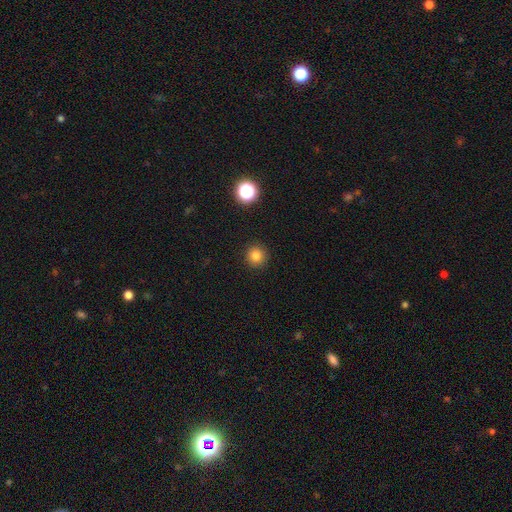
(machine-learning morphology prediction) Smooth or featured: smooth — 82% (star or artifact — 13%)
How rounded: round — 94% (in between — 5%)
Merging: none — 92% (minor disturbance — 5%)